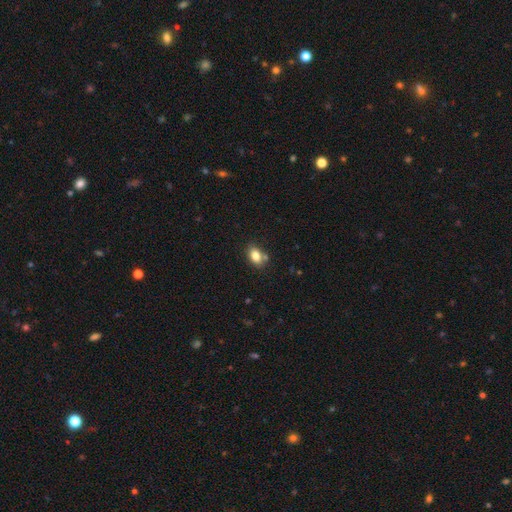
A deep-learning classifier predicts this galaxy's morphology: Smooth or featured? smooth (82%)
How rounded? in between (81%)
Merging? none (70%)